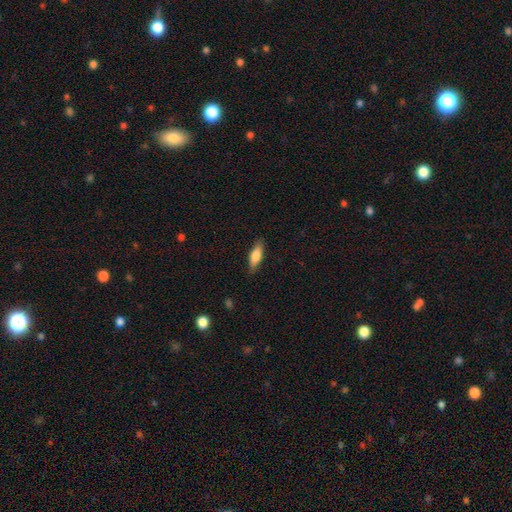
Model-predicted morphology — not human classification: This is likely a smooth galaxy (74%). How rounded: possibly in between (52%). Merging: clearly none (85%).